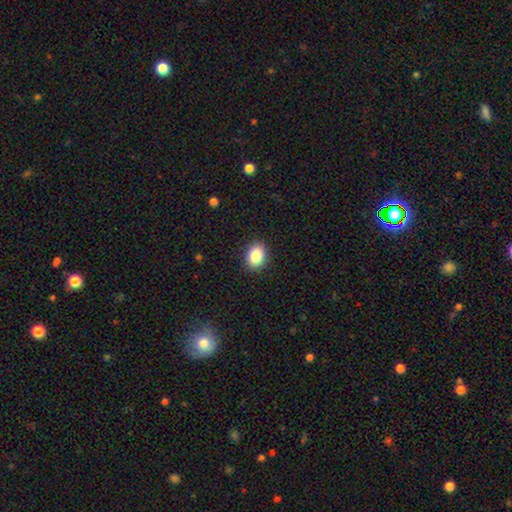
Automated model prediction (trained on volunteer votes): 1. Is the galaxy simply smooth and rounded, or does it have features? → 85% smooth, 9% star or artifact, 6% featured or disk.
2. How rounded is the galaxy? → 66% in between, 34% round, 1% cigar-shaped.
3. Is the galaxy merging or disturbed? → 90% none, 7% minor disturbance, 2% major disturbance, 1% merger.